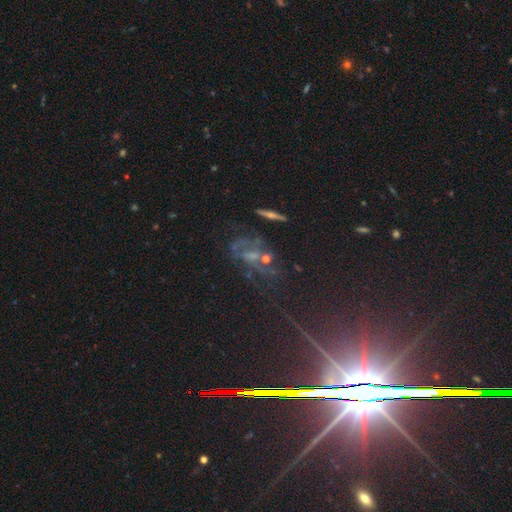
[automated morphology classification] A star or artifact, not a galaxy (47%).